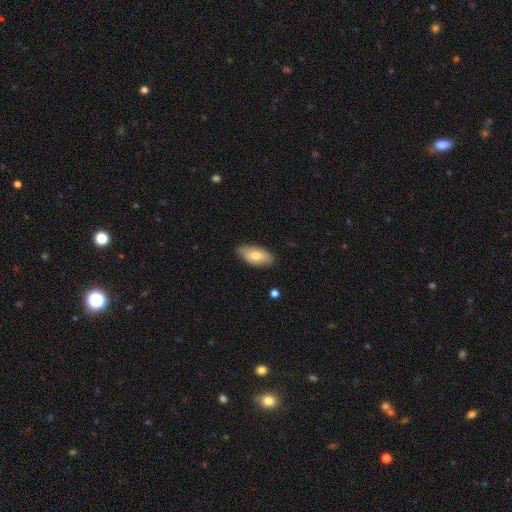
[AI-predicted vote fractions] Overall: smooth (75%). How rounded: in between (92%). Merging: none (81%).